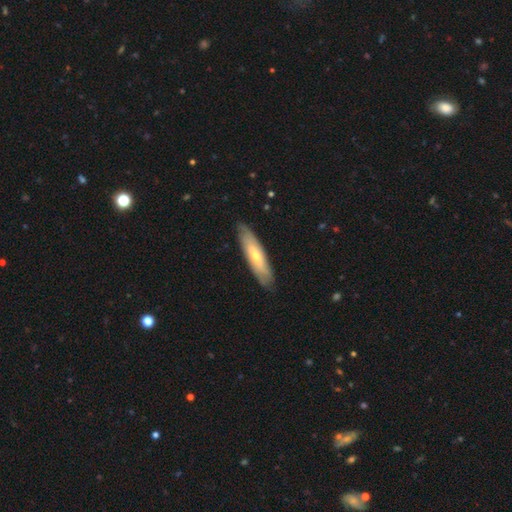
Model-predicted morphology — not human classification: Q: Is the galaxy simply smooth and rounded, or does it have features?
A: featured or disk — 48%.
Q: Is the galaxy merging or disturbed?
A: none — 82%.